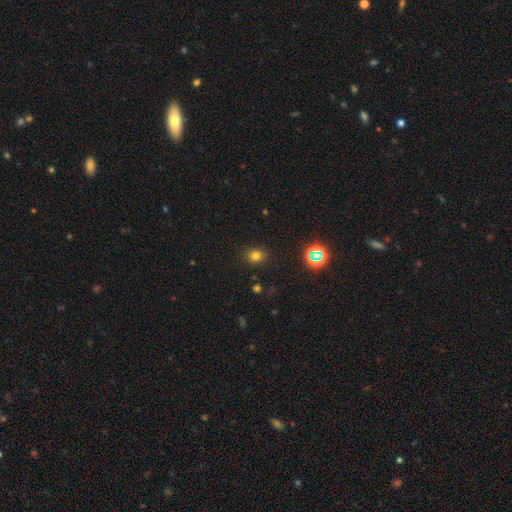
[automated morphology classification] smooth_or_featured: smooth (p=0.75) [alt: star or artifact p=0.19]
how_rounded: round (p=0.66) [alt: in between p=0.33]
merging: none (p=0.87) [alt: minor disturbance p=0.09]